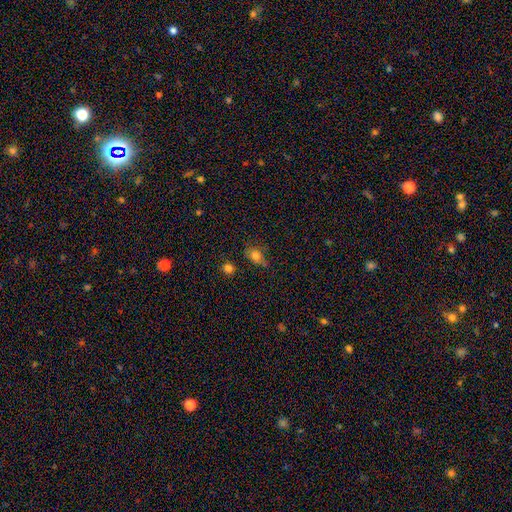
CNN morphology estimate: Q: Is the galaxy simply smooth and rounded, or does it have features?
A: smooth — 75%.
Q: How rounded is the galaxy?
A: in between — 58%.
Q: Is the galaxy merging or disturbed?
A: none — 59%.